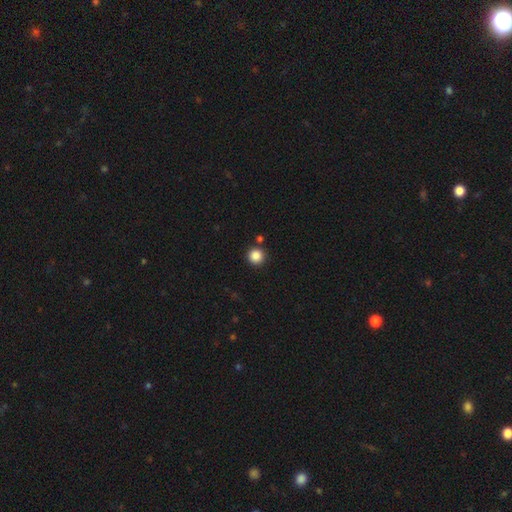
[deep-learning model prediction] Smooth or featured: smooth — 86% (star or artifact — 11%)
How rounded: round — 96% (in between — 3%)
Merging: none — 88% (minor disturbance — 6%)